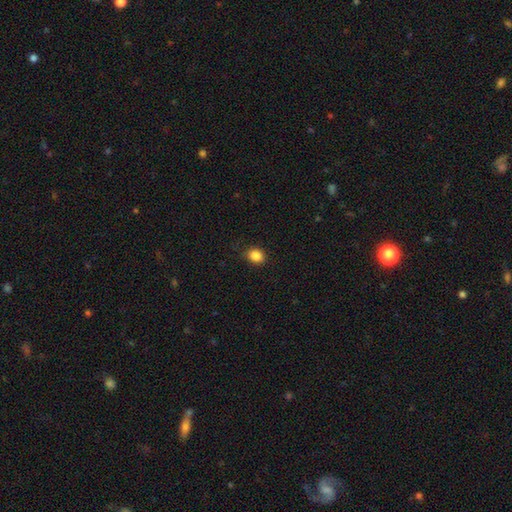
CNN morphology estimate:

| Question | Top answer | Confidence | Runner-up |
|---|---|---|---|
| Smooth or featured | smooth | 87% | star or artifact (10%) |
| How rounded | round | 56% | in between (43%) |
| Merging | none | 85% | minor disturbance (11%) |